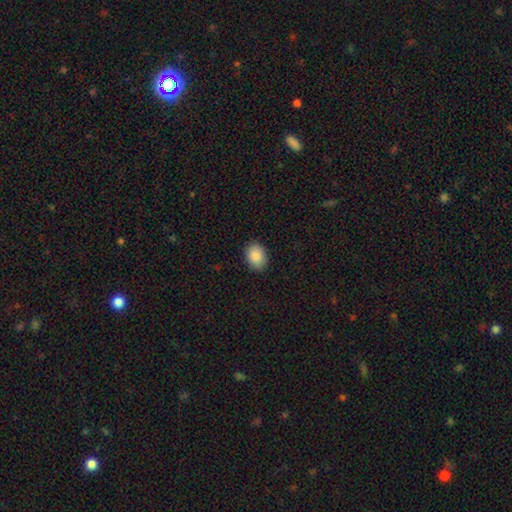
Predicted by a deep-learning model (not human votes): A smooth galaxy with no disk features (89%) that is in between round and cigar-shaped (67%). Merging: none (89%).